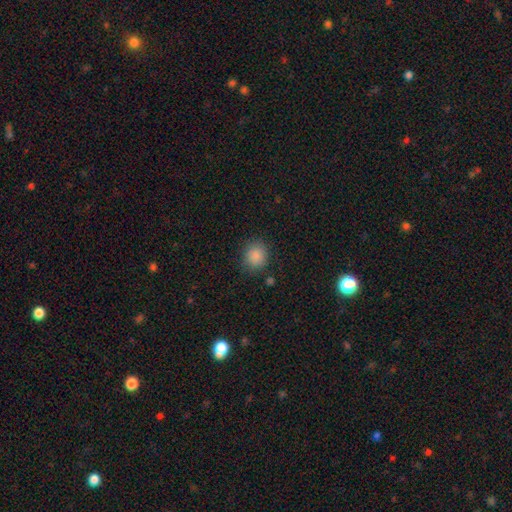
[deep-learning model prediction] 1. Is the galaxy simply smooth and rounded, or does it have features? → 87% smooth, 10% star or artifact, 3% featured or disk.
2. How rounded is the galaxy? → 81% round, 18% in between, 1% cigar-shaped.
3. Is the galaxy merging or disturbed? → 85% none, 10% minor disturbance, 3% major disturbance, 2% merger.